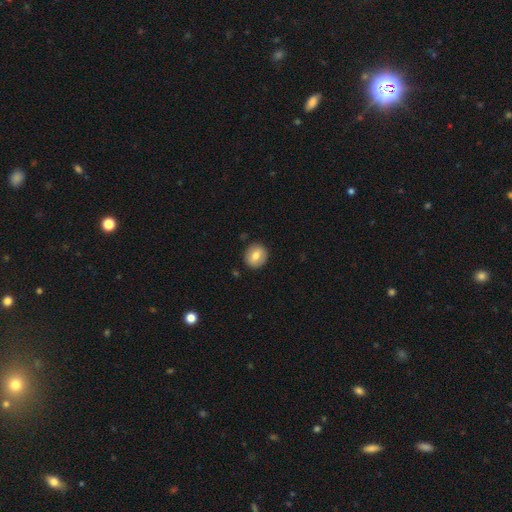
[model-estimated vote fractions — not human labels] This appears to be a smooth galaxy with no disk features (74%) that is round (83%). Merging: none (89%).